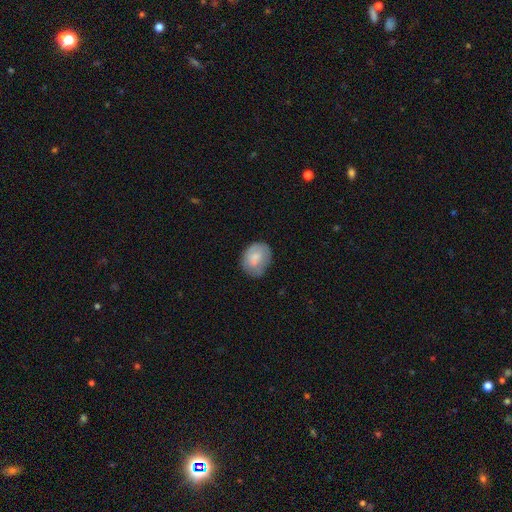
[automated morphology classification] This appears to be a smooth galaxy with no disk features (73%) that is in between round and cigar-shaped (55%). Merging: none (60%).